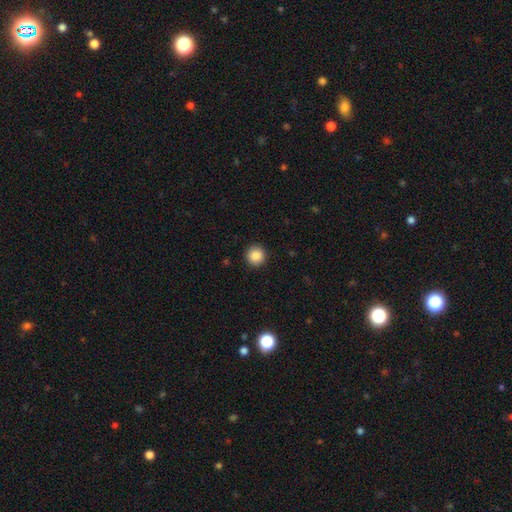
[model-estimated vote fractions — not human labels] Smooth or featured: smooth — 87% (star or artifact — 9%)
How rounded: round — 95% (in between — 4%)
Merging: none — 92% (minor disturbance — 5%)